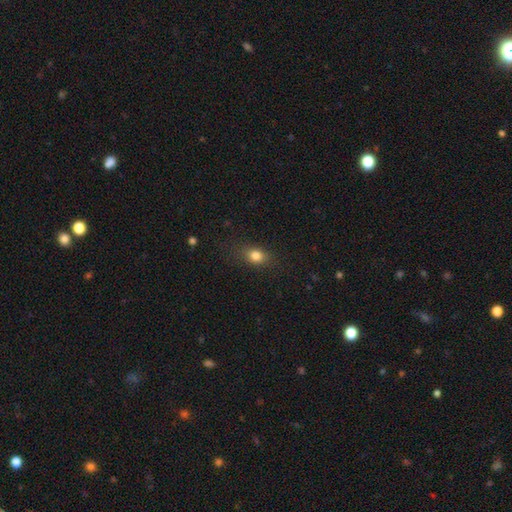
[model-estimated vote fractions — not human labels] smooth_or_featured: smooth (p=0.82) [alt: star or artifact p=0.11]
how_rounded: in between (p=0.61) [alt: round p=0.36]
merging: none (p=0.80) [alt: minor disturbance p=0.14]